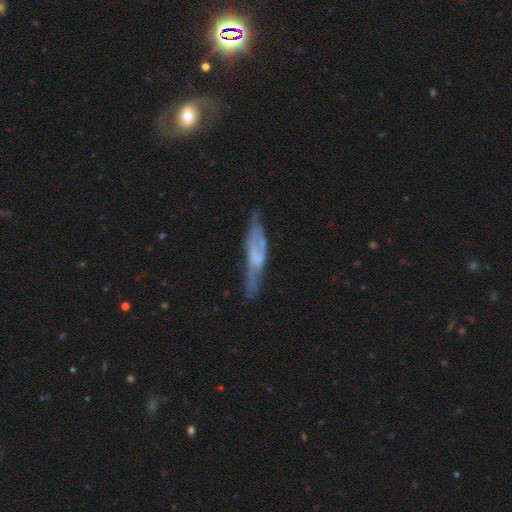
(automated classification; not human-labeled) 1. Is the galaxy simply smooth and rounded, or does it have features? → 59% featured or disk, 32% smooth, 9% star or artifact.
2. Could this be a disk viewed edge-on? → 61% yes, 39% no.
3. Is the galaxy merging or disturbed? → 56% none, 26% minor disturbance, 14% major disturbance, 5% merger.